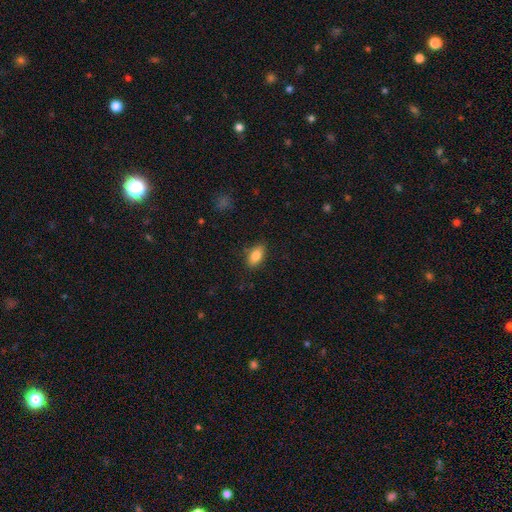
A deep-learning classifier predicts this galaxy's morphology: A smooth galaxy with no disk features (84%) that is in between round and cigar-shaped (89%). Merging: none (82%).